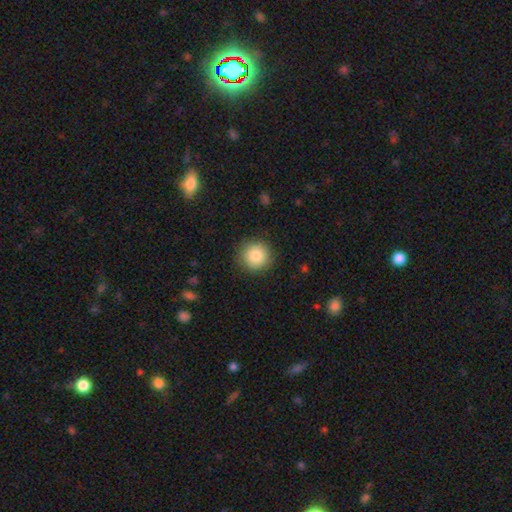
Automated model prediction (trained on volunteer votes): Q: Smooth or featured?
A: smooth (85%); runner-up: star or artifact (8%)
Q: How rounded?
A: round (94%); runner-up: in between (5%)
Q: Merging?
A: none (89%); runner-up: minor disturbance (7%)